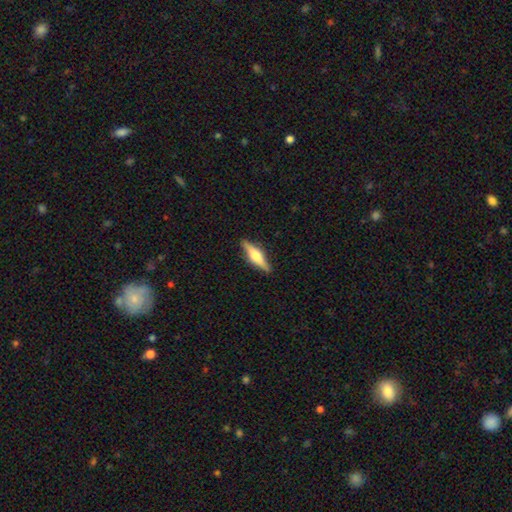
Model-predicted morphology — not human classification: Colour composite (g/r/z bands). It shows a featured or disk galaxy (61%) viewed edge-on (96%) with a rounded central bulge (88%). Merging: none (89%).